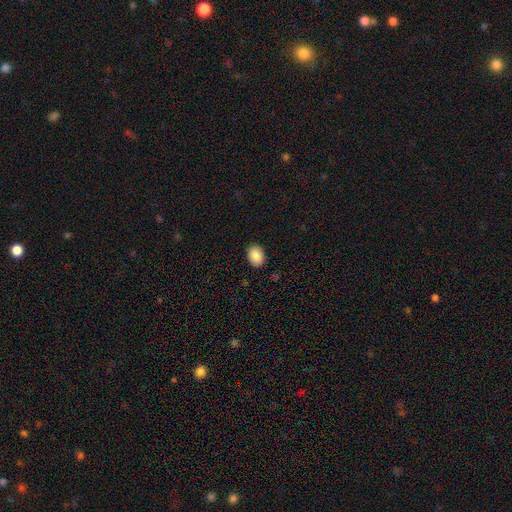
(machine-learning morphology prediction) This appears to be a smooth galaxy with no disk features (89%) that is in between round and cigar-shaped (74%). Merging: none (89%).